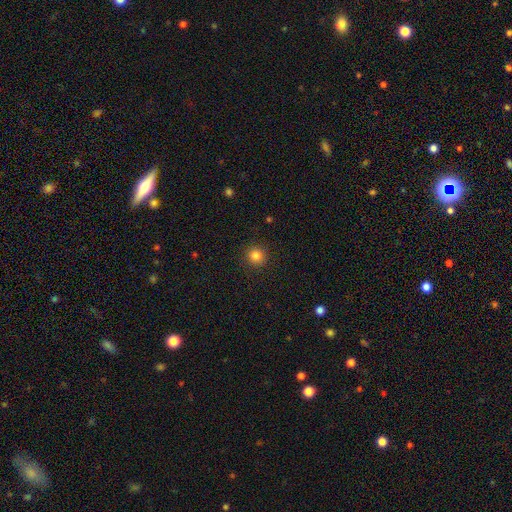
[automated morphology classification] This appears to be a smooth galaxy with no disk features (83%) that is round (94%). Merging: none (92%).